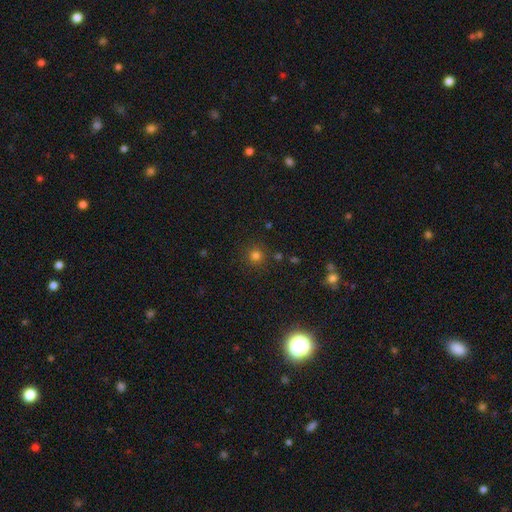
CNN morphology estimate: A smooth galaxy with no disk features (77%) that is round (93%).

Vote fractions:
- Smooth or featured? smooth: 77% / star or artifact: 18% / featured or disk: 5%
- How rounded? round: 93% / in between: 6% / cigar-shaped: 1%
- Merging? none: 86% / minor disturbance: 8% / merger: 3% / major disturbance: 3%